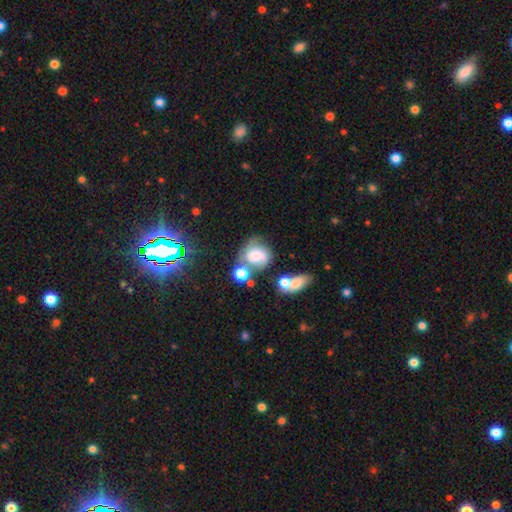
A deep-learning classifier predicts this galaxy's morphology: smooth_or_featured: smooth (p=0.47) [alt: featured or disk p=0.40]
merging: none (p=0.36) [alt: merger p=0.30]